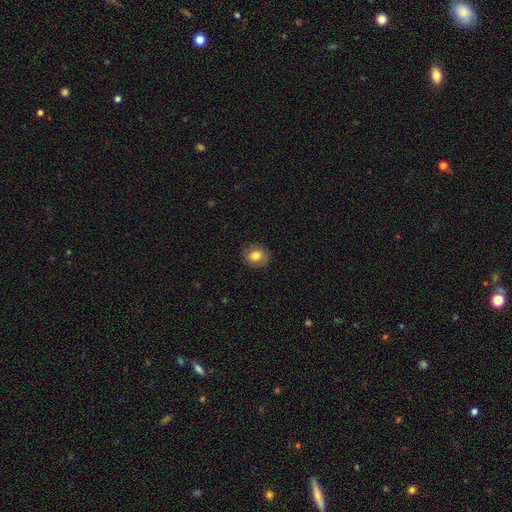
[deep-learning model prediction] This appears to be a smooth galaxy with no disk features (82%) that is round (64%). Merging: none (87%).